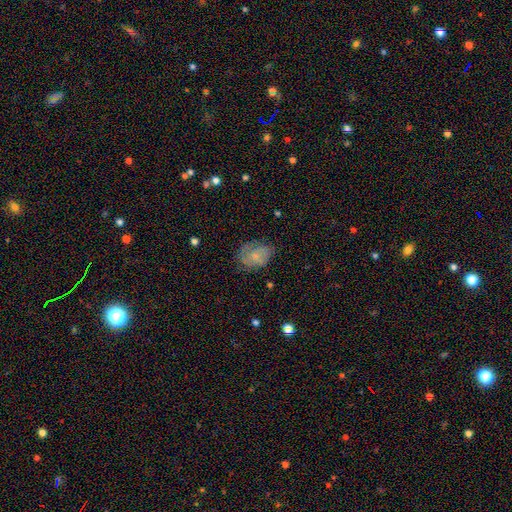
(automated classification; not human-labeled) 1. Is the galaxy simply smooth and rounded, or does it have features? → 52% smooth, 39% featured or disk, 9% star or artifact.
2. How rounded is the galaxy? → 65% in between, 33% round, 1% cigar-shaped.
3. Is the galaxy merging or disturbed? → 59% none, 27% minor disturbance, 12% major disturbance, 2% merger.